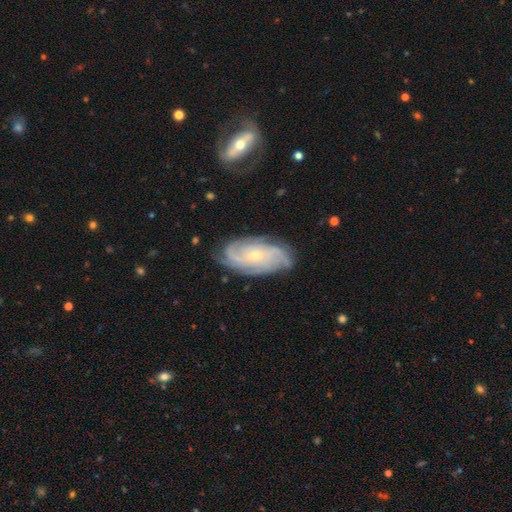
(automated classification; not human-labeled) A featured or disk galaxy (84%) with no bar (76%), 3 (25%) tight (61%) spiral arms (97%) and a small central bulge (75%).

Vote fractions:
- Smooth or featured? featured or disk: 84% / smooth: 10% / star or artifact: 6%
- Edge-on disk? no: 95% / yes: 5%
- Bar? no: 76% / weak: 20% / strong: 4%
- Spiral arms? yes: 97% / no: 3%
- Spiral winding? tight: 61% / medium: 31% / loose: 8%
- Spiral arm count? 3: 25% / can't tell: 24% / 4: 24% / 2: 14% / more than 4: 7% / 1: 5%
- Bulge size? small: 75% / moderate: 21% / none: 1% / large: 1% / dominant: 1%
- Merging? none: 78% / minor disturbance: 16% / major disturbance: 4% / merger: 1%